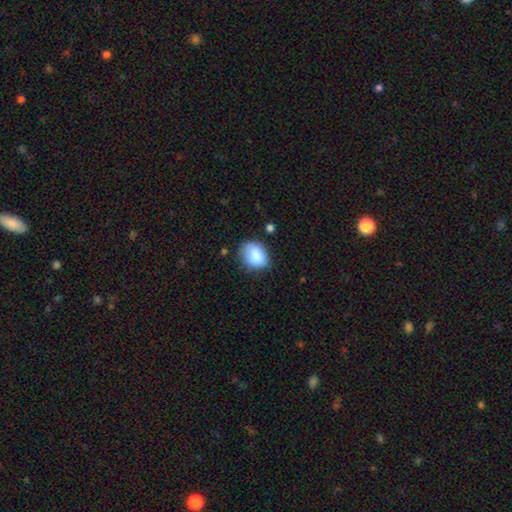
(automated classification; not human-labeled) A smooth galaxy with no disk features (86%) that is in between round and cigar-shaped (64%).

Vote fractions:
- Smooth or featured? smooth: 86% / star or artifact: 8% / featured or disk: 6%
- How rounded? in between: 64% / round: 35% / cigar-shaped: 1%
- Merging? none: 69% / minor disturbance: 23% / major disturbance: 5% / merger: 3%